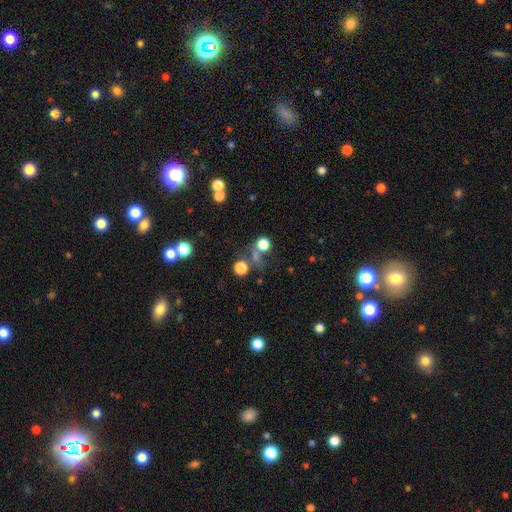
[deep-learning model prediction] smooth_or_featured: smooth (p=0.47) [alt: star or artifact p=0.42]
merging: none (p=0.62) [alt: merger p=0.19]